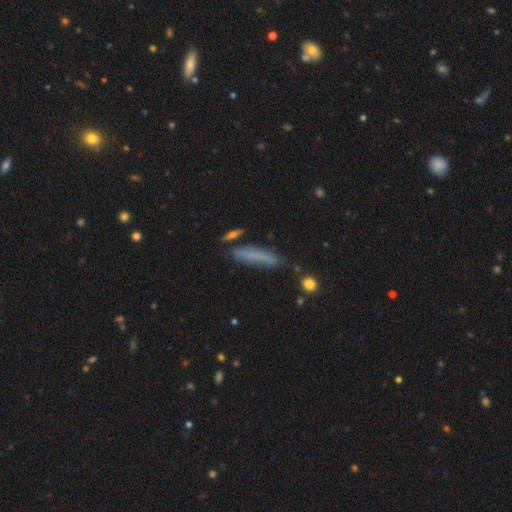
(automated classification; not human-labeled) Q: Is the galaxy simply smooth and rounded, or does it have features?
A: smooth — 68%.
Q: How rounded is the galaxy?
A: cigar-shaped — 87%.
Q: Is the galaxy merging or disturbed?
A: none — 71%.